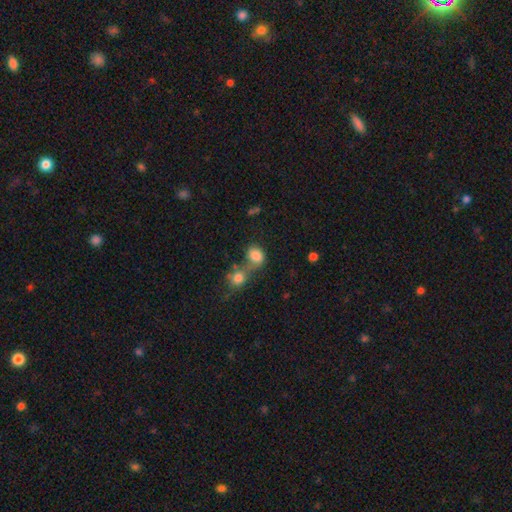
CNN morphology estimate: A smooth galaxy with no disk features (81%) that is round (50%). Merging: merger (54%).